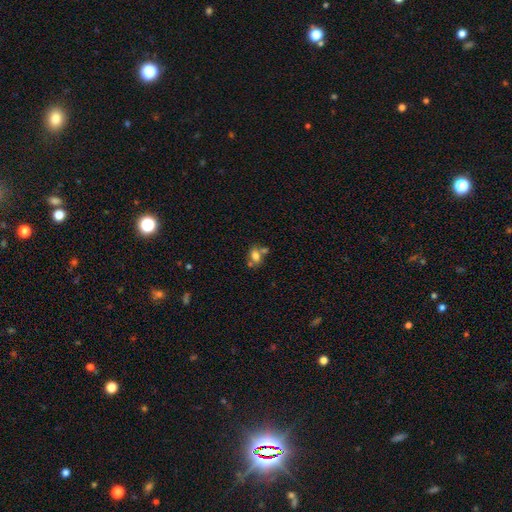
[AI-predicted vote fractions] A smooth galaxy with no disk features (72%) that is in between round and cigar-shaped (71%).

Vote fractions:
- Smooth or featured? smooth: 72% / featured or disk: 16% / star or artifact: 12%
- How rounded? in between: 71% / round: 27% / cigar-shaped: 2%
- Merging? none: 45% / merger: 36% / minor disturbance: 14% / major disturbance: 6%